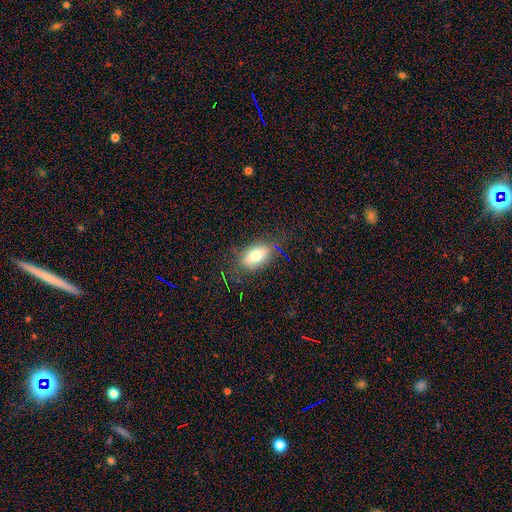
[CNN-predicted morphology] Q: Smooth or featured?
A: smooth (71%); runner-up: featured or disk (19%)
Q: How rounded?
A: in between (87%); runner-up: cigar-shaped (7%)
Q: Merging?
A: none (76%); runner-up: minor disturbance (17%)